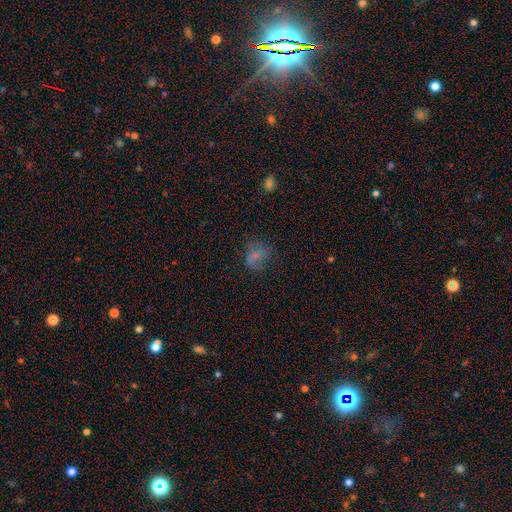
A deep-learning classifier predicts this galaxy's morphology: Overall: smooth (61%; star or artifact 22%). How rounded: in between (51%; round 47%). Merging: none (58%; minor disturbance 22%).